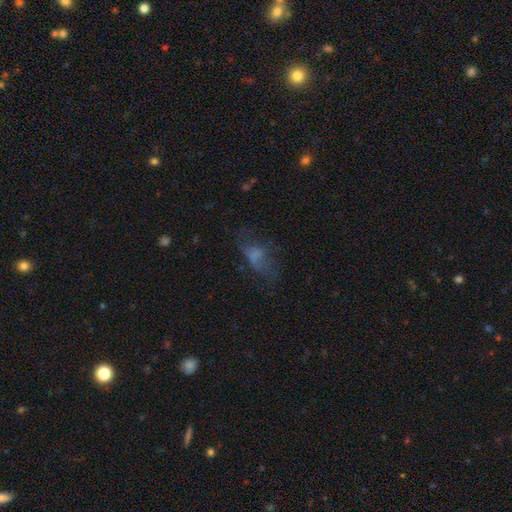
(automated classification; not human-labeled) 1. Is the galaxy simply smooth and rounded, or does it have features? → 53% smooth, 30% featured or disk, 17% star or artifact.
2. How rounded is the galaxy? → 82% in between, 10% cigar-shaped, 8% round.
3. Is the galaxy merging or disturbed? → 40% none, 35% major disturbance, 22% minor disturbance, 3% merger.